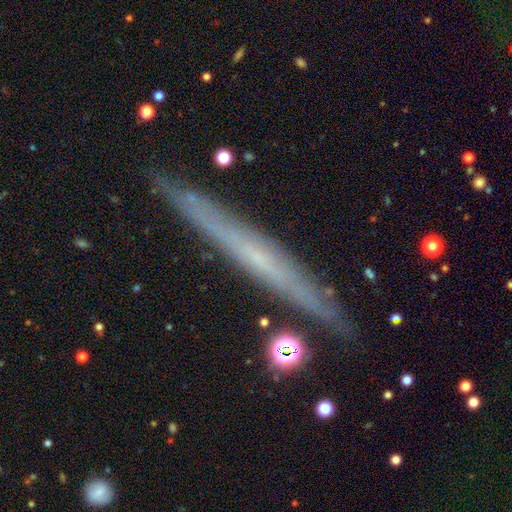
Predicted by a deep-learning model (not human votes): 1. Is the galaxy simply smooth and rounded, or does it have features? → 65% featured or disk, 24% smooth, 11% star or artifact.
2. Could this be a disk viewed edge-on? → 93% yes, 7% no.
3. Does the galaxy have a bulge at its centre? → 72% none, 24% rounded, 5% boxy.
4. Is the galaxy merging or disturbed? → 87% none, 10% minor disturbance, 2% merger, 2% major disturbance.